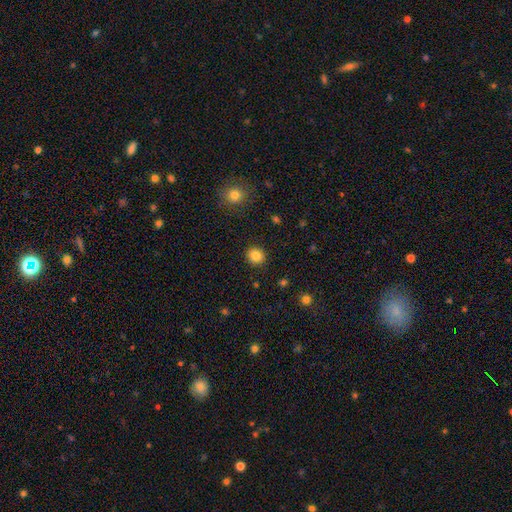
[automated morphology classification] Smooth or featured? Predicted: smooth (p=0.85). How rounded? Predicted: round (p=0.85). Merging? Predicted: none (p=0.91).